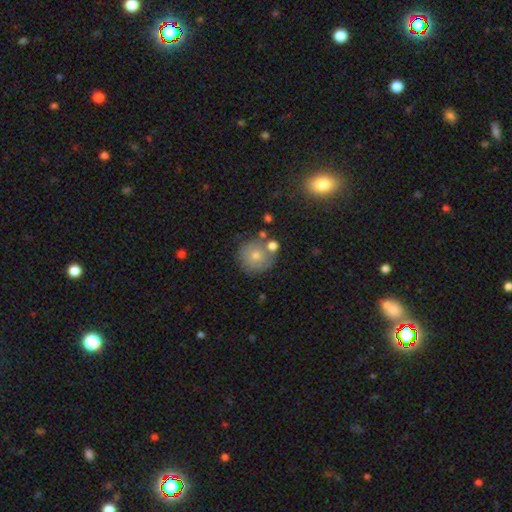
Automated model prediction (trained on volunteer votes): Smooth or featured?
  - smooth: 72% *
  - featured or disk: 18%
  - star or artifact: 9%
How rounded?
  - round: 92% *
  - in between: 7%
  - cigar-shaped: 1%
Merging?
  - none: 66% *
  - merger: 15%
  - minor disturbance: 14%
  - major disturbance: 5%